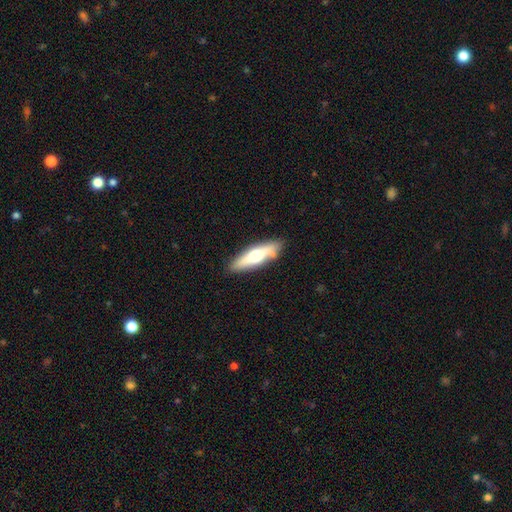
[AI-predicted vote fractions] smooth-or-featured: smooth: 51% | featured or disk: 44% | star or artifact: 5%
  how-rounded: cigar-shaped: 63% | in between: 34% | round: 2%
  merging: none: 81% | minor disturbance: 13% | merger: 3% | major disturbance: 3%